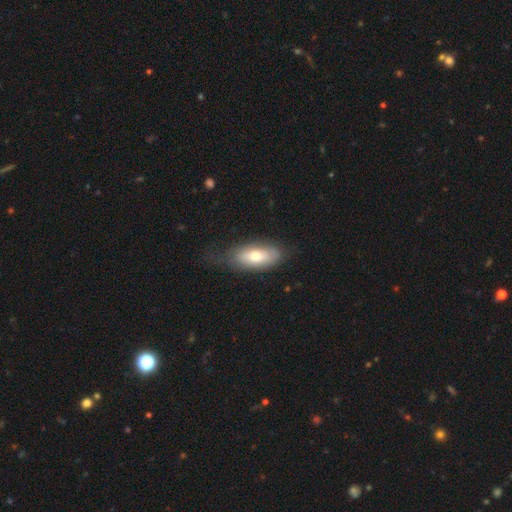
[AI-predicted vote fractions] Smooth or featured? Predicted: smooth (p=0.65). How rounded? Predicted: in between (p=0.88). Merging? Predicted: none (p=0.59).